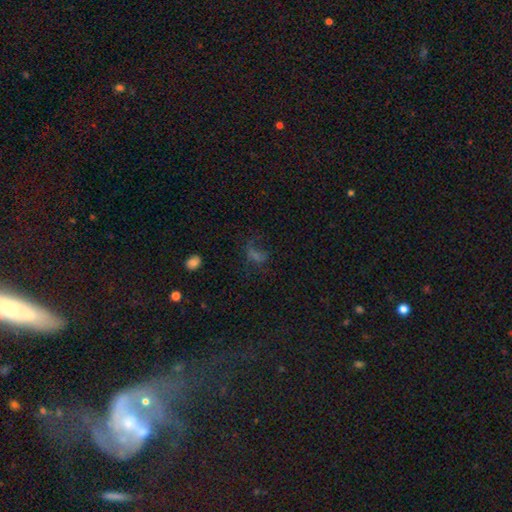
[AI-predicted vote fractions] The model was most divided on "merging": none: 39%, major disturbance: 37%, minor disturbance: 18%, merger: 6%. Remaining: smooth or featured — smooth (40%).